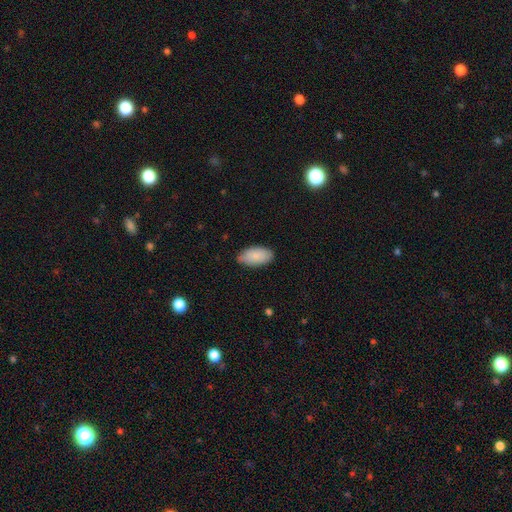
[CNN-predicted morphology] smooth 89%, star or artifact 6%, featured or disk 6%. Down the decision tree: how rounded — in between (95%); merging — none (83%).